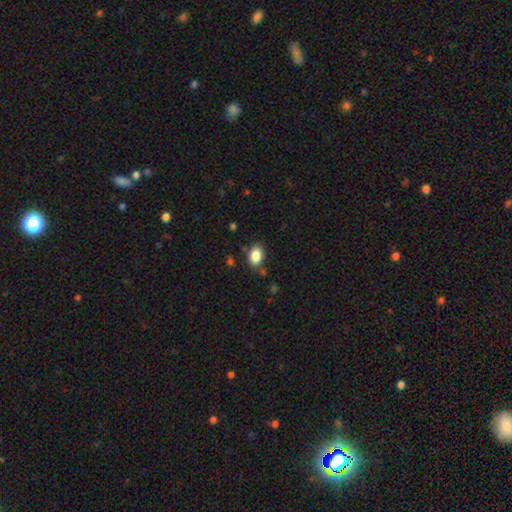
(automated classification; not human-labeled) Smooth or featured?
  - smooth: 85% *
  - star or artifact: 9%
  - featured or disk: 6%
How rounded?
  - in between: 78% *
  - round: 21%
  - cigar-shaped: 1%
Merging?
  - none: 83% *
  - minor disturbance: 11%
  - merger: 3%
  - major disturbance: 3%